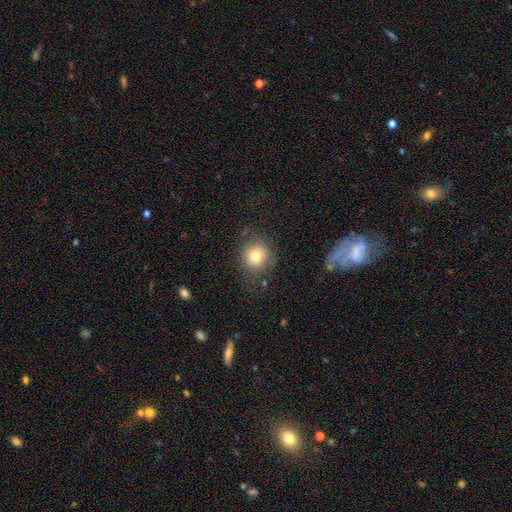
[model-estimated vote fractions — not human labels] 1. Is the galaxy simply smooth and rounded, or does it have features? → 74% smooth, 13% star or artifact, 13% featured or disk.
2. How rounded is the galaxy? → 86% round, 13% in between, 1% cigar-shaped.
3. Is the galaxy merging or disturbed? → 77% none, 14% minor disturbance, 6% major disturbance, 2% merger.